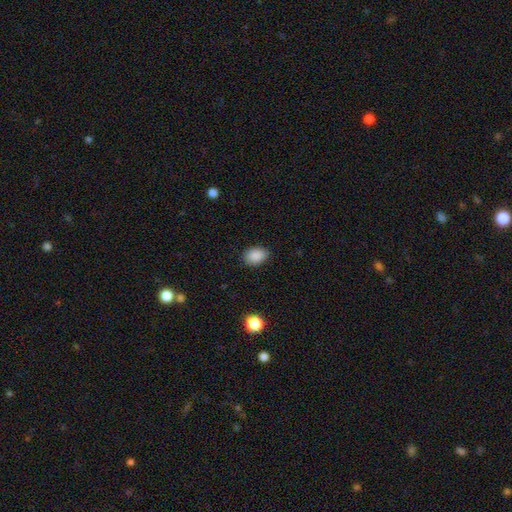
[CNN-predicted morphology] smooth_or_featured: smooth (p=0.88) [alt: star or artifact p=0.08]
how_rounded: in between (p=0.78) [alt: round p=0.21]
merging: none (p=0.85) [alt: minor disturbance p=0.11]